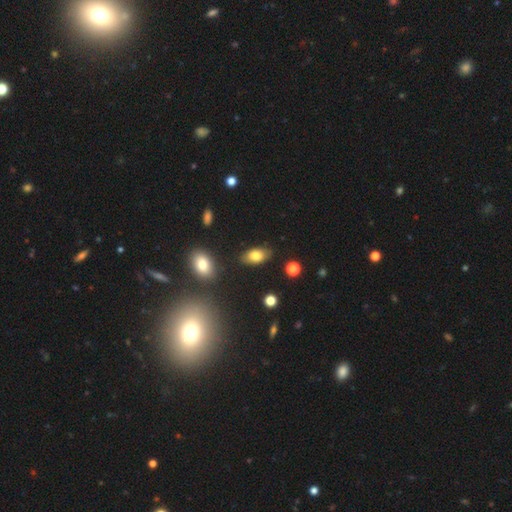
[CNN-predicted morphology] type=smooth (79%); roundness=in between (92%); merging=none (81%).